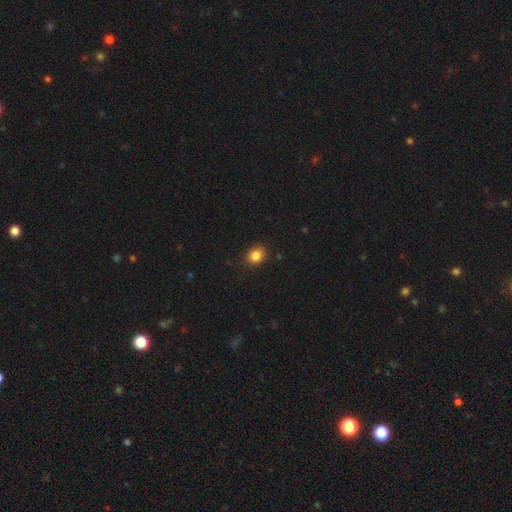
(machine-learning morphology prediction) Smooth or featured? smooth (85%)
How rounded? round (56%)
Merging? none (88%)